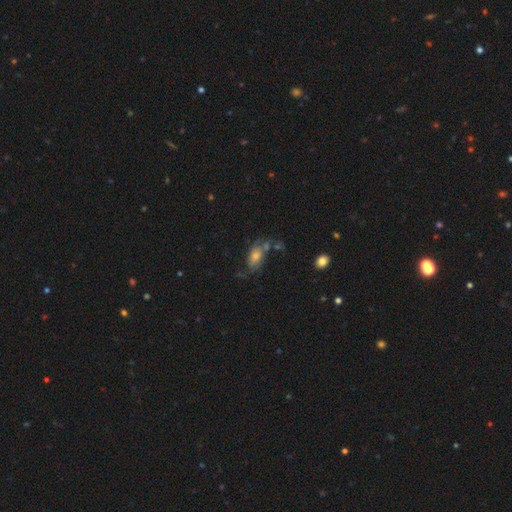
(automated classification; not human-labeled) A smooth galaxy with no disk features (48%). Merging: none (47%).